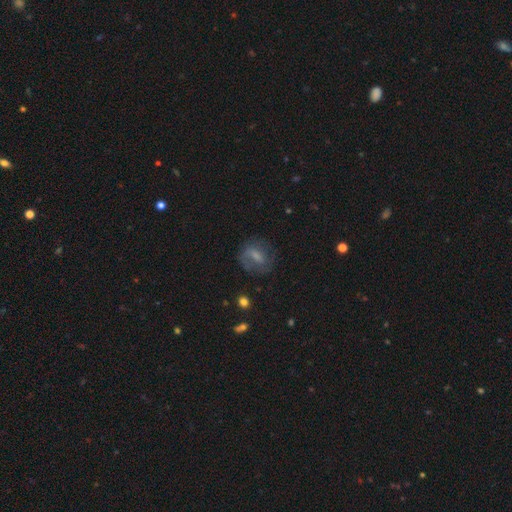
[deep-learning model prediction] smooth-or-featured: featured or disk: 48% | smooth: 42% | star or artifact: 10%
  merging: none: 62% | minor disturbance: 21% | major disturbance: 15% | merger: 2%